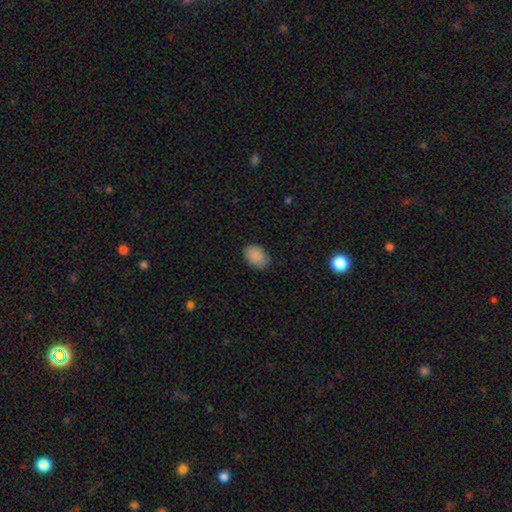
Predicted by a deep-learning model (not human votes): Smooth or featured? smooth (88%)
How rounded? in between (75%)
Merging? none (85%)